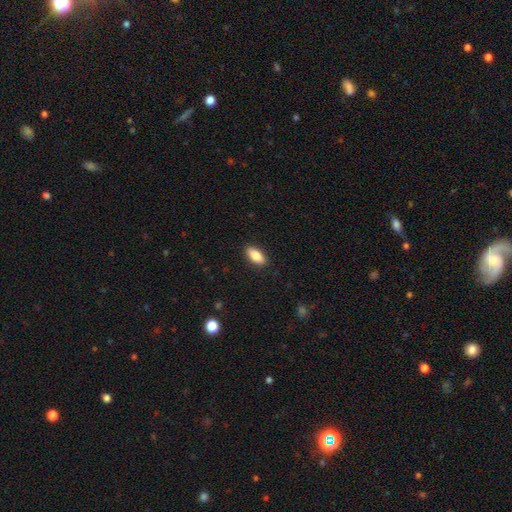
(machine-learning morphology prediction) A smooth galaxy with no disk features (84%) that is in between round and cigar-shaped (86%). Merging: none (89%).